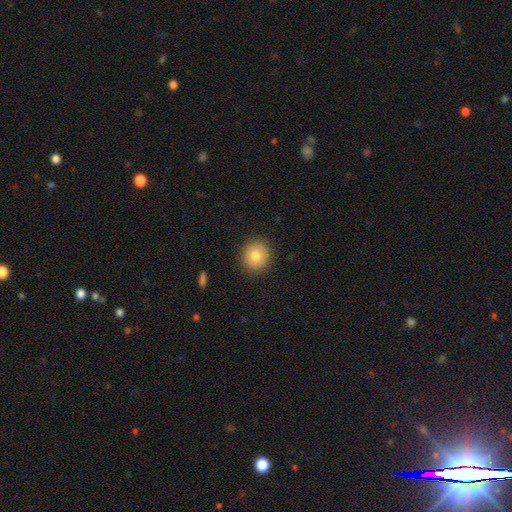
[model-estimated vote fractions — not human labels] Q: Smooth or featured?
A: smooth (78%); runner-up: featured or disk (14%)
Q: How rounded?
A: round (88%); runner-up: in between (11%)
Q: Merging?
A: none (89%); runner-up: minor disturbance (8%)